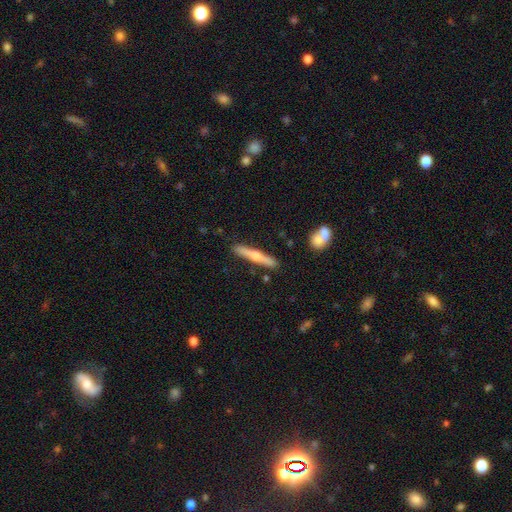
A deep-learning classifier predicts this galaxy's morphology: Smooth or featured?
  - featured or disk: 53% *
  - smooth: 41%
  - star or artifact: 6%
Edge-on disk?
  - yes: 96% *
  - no: 4%
Edge-on bulge?
  - rounded: 83% *
  - none: 13%
  - boxy: 4%
Merging?
  - none: 88% *
  - minor disturbance: 8%
  - merger: 3%
  - major disturbance: 2%